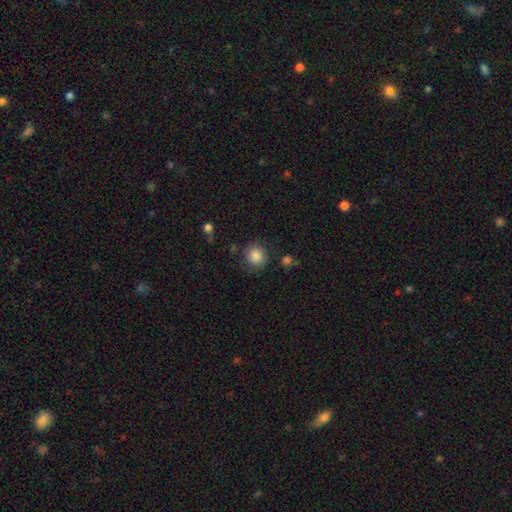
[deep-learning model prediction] Smooth or featured? Predicted: smooth (p=0.84). How rounded? Predicted: round (p=0.89). Merging? Predicted: none (p=0.79).